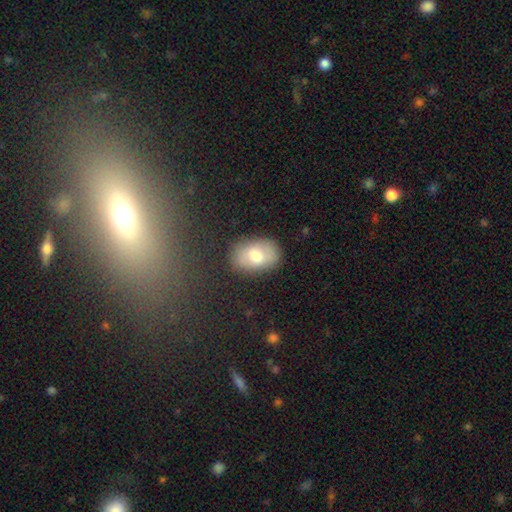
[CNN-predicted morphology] smooth_or_featured: smooth (p=0.68) [alt: featured or disk p=0.23]
how_rounded: in between (p=0.82) [alt: round p=0.17]
merging: none (p=0.82) [alt: minor disturbance p=0.13]